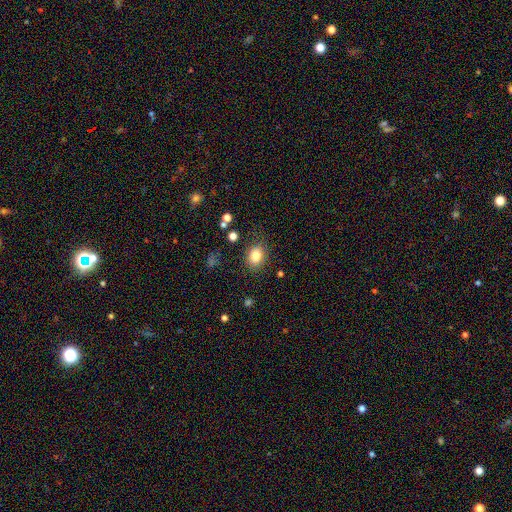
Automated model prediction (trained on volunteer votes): Q: Smooth or featured?
A: smooth (81%); runner-up: star or artifact (11%)
Q: How rounded?
A: in between (60%); runner-up: round (39%)
Q: Merging?
A: none (80%); runner-up: minor disturbance (13%)